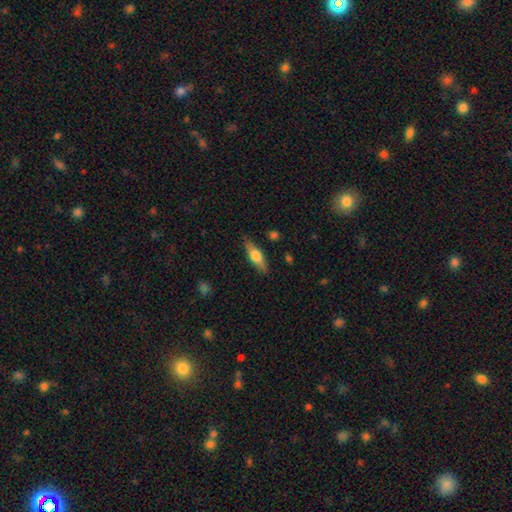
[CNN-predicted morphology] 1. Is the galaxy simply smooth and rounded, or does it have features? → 55% smooth, 39% featured or disk, 6% star or artifact.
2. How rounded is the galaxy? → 53% cigar-shaped, 44% in between, 3% round.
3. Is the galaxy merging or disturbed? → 85% none, 11% minor disturbance, 3% major disturbance, 2% merger.